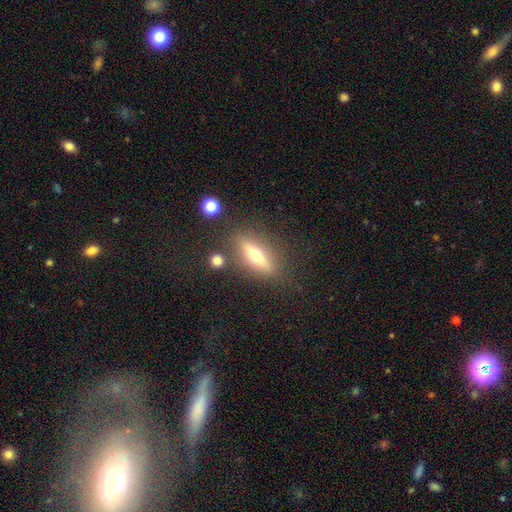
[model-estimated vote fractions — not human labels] Overall: featured or disk (55%; smooth 37%). Edge-on disk: yes (86%). Merging: none (82%).